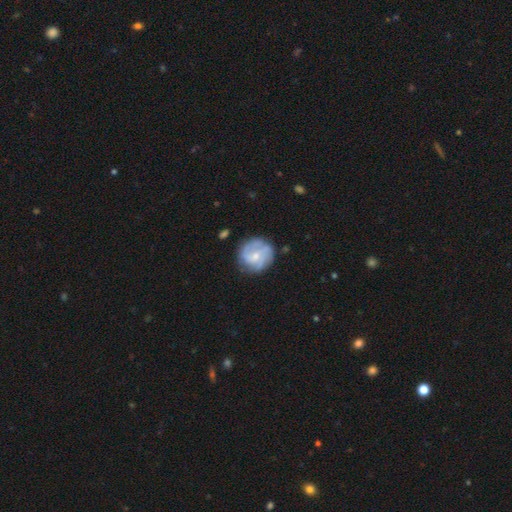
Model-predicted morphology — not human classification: Overall: featured or disk (72%). Edge-on disk: no (98%). Bar: no (51%; weak 41%). Spiral arms: yes (90%). Spiral arm count: 3 (31%; 2 29%). Spiral winding: medium (44%; tight 35%). Bulge size: small (61%; moderate 32%). Merging: none (75%).